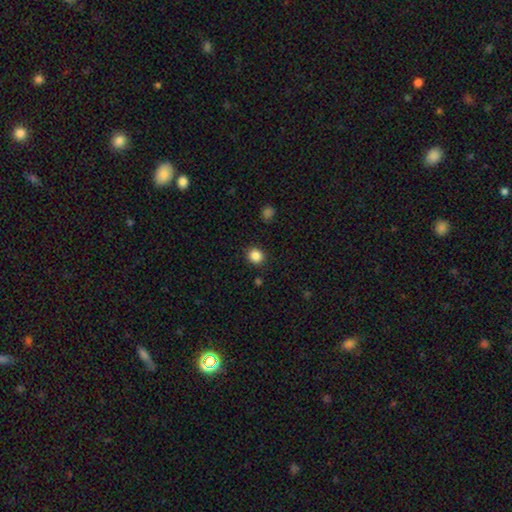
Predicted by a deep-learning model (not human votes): Morphology: type=smooth (86%); roundness=round (86%); merging=none (90%).